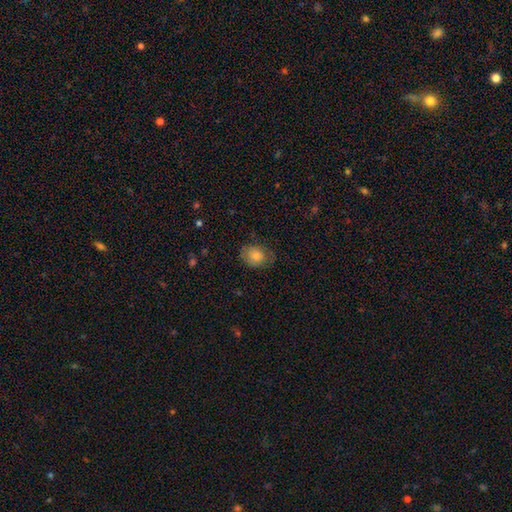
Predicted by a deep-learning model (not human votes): smooth 69%, featured or disk 21%, star or artifact 11%. Down the decision tree: how rounded — round (52%); merging — none (70%).